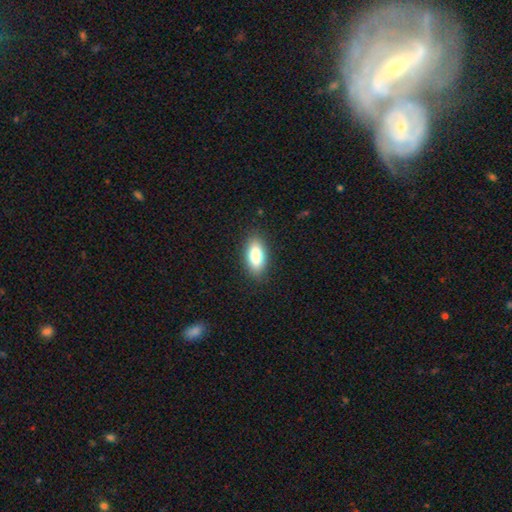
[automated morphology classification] type=smooth (81%); roundness=in between (88%); merging=none (87%).